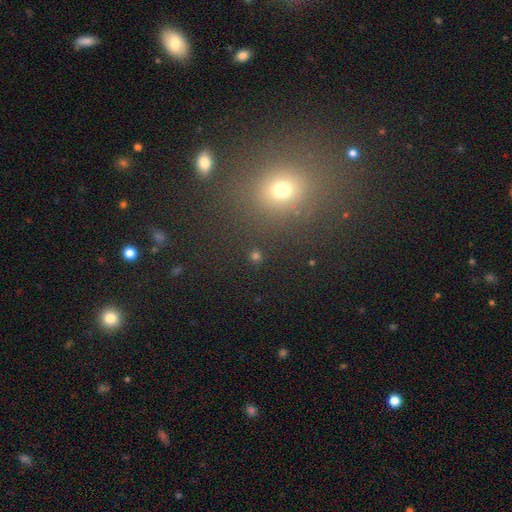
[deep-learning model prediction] Q: Smooth or featured?
A: smooth (56%); runner-up: star or artifact (35%)
Q: How rounded?
A: round (82%); runner-up: in between (16%)
Q: Merging?
A: none (83%); runner-up: minor disturbance (7%)